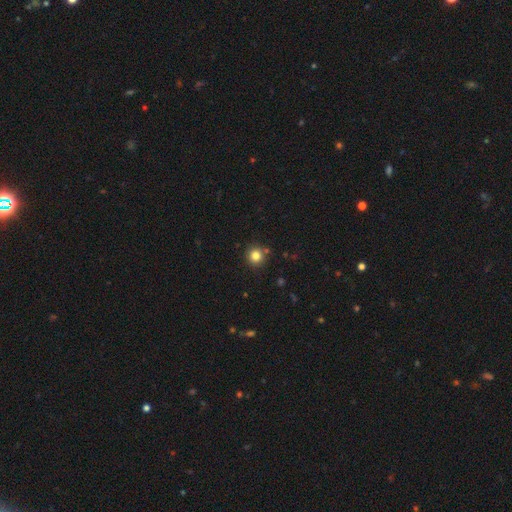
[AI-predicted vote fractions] smooth-or-featured: smooth: 82% | star or artifact: 12% | featured or disk: 5%
  how-rounded: round: 94% | in between: 5% | cigar-shaped: 1%
  merging: none: 85% | minor disturbance: 8% | merger: 5% | major disturbance: 2%